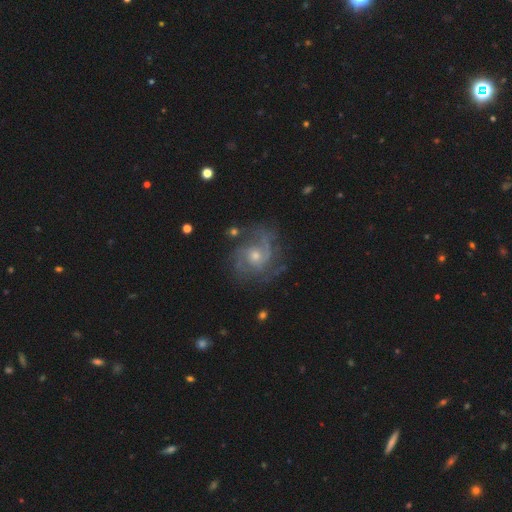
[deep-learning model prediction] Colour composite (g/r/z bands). It shows a featured or disk galaxy (87%) with no bar (67%), 2 (39%) medium (46%) spiral arms (97%) and a small central bulge (50%). Merging: none (73%).